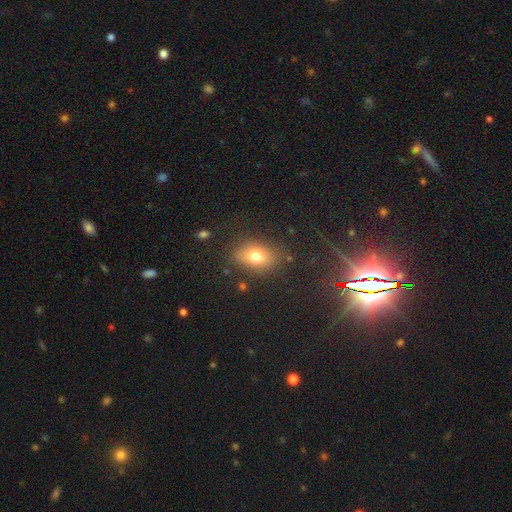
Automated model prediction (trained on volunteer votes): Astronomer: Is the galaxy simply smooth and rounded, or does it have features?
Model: smooth — 75%.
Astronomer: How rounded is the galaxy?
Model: in between — 75%.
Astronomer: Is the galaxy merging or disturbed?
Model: none — 78%.